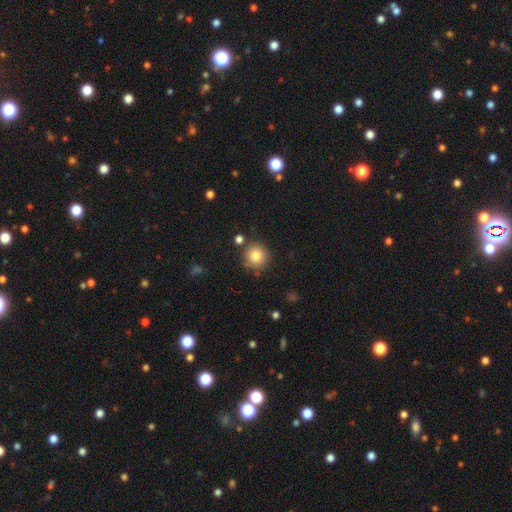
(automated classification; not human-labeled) Overall: smooth (82%). How rounded: round (92%). Merging: none (82%).